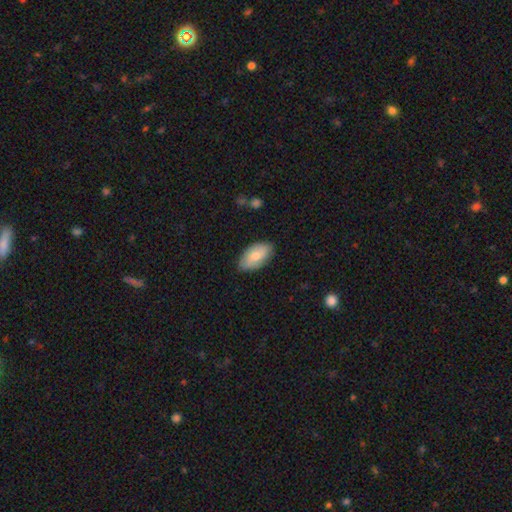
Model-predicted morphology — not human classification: This appears to be a smooth galaxy with no disk features (70%) that is in between round and cigar-shaped (94%). Merging: none (80%).